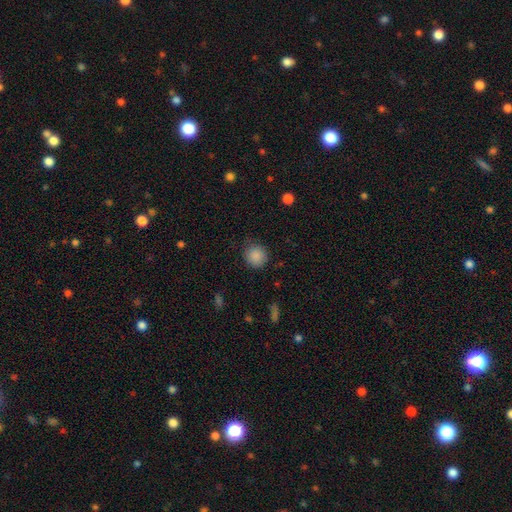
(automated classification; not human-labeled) smooth 87%, star or artifact 9%, featured or disk 4%. Down the decision tree: how rounded — round (90%); merging — none (83%).